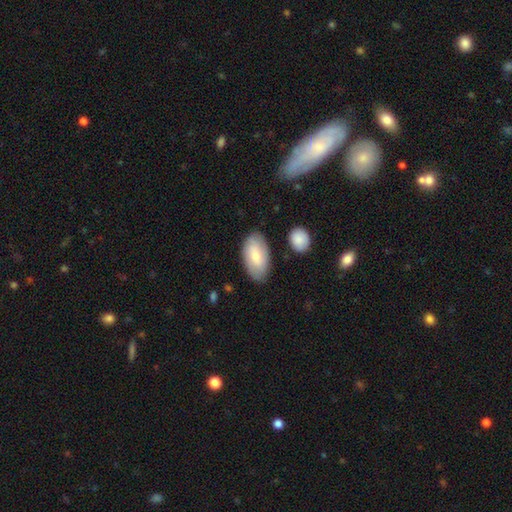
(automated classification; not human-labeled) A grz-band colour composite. It shows a smooth galaxy with no disk features (69%) that is in between round and cigar-shaped (95%). Merging: none (81%).